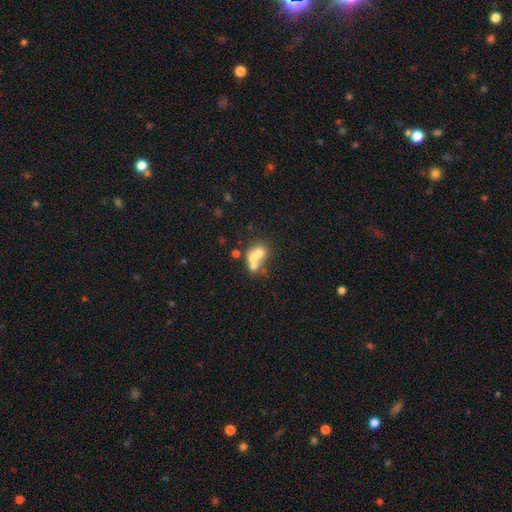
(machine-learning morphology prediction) smooth_or_featured: smooth (p=0.54) [alt: featured or disk p=0.32]
how_rounded: round (p=0.71) [alt: in between p=0.28]
merging: merger (p=0.61) [alt: none p=0.27]